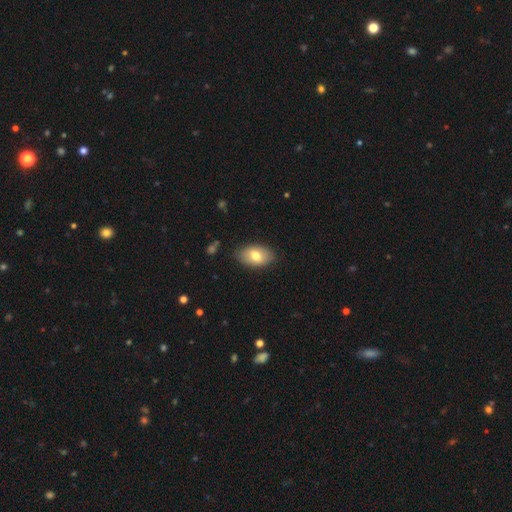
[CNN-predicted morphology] smooth_or_featured: smooth (p=0.75) [alt: featured or disk p=0.18]
how_rounded: in between (p=0.91) [alt: round p=0.08]
merging: none (p=0.84) [alt: minor disturbance p=0.13]